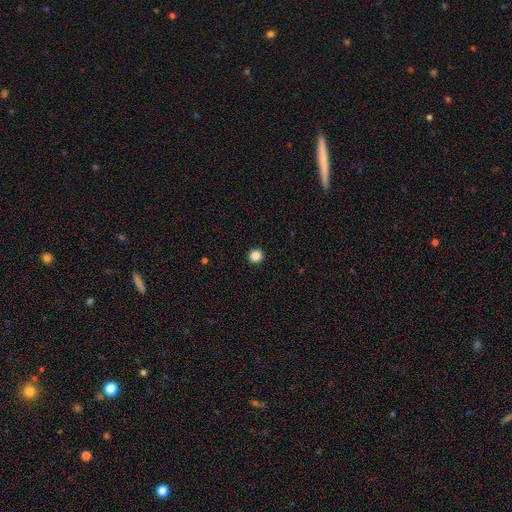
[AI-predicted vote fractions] Overall: smooth (86%). How rounded: round (96%). Merging: none (94%).